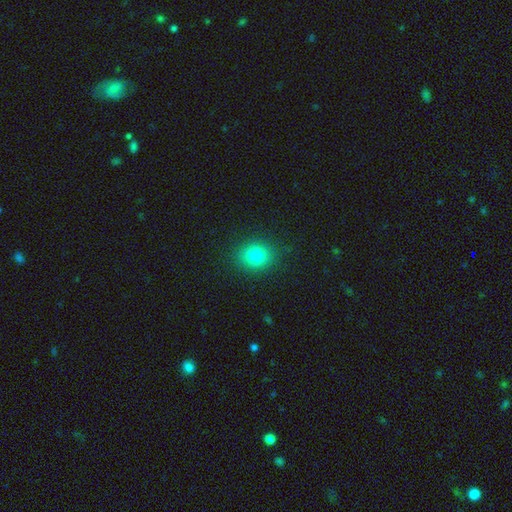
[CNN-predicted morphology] This is likely a smooth galaxy (80%). How rounded: likely round (70%). Merging: clearly none (88%).